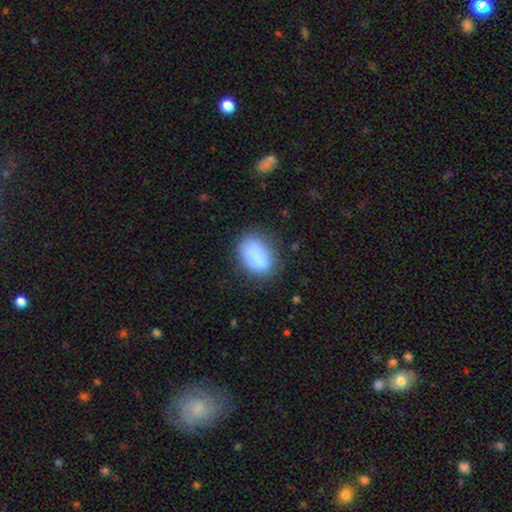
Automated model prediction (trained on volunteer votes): smooth-or-featured: smooth: 83% | featured or disk: 9% | star or artifact: 8%
  how-rounded: in between: 84% | round: 15% | cigar-shaped: 2%
  merging: none: 71% | minor disturbance: 19% | major disturbance: 6% | merger: 4%